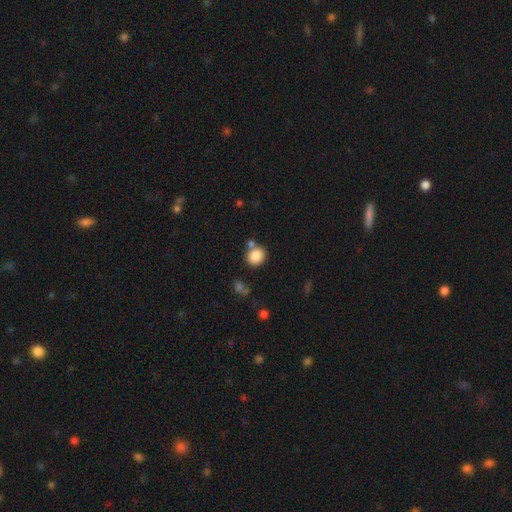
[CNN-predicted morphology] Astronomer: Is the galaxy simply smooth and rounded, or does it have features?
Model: smooth — 85%.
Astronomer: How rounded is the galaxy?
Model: round — 81%.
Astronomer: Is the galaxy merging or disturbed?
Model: none — 69%.